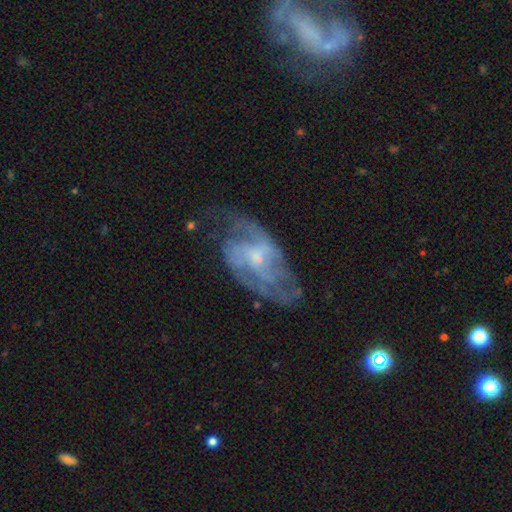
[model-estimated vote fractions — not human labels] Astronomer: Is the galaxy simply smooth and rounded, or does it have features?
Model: featured or disk — 80%.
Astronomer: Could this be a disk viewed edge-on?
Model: no — 95%.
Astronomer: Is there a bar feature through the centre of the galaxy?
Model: no — 50% (runner-up: weak, 41%).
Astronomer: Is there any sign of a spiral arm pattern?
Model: yes — 84%.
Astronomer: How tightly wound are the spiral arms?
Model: medium — 44% (runner-up: tight, 29%).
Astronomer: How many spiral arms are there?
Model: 2 — 40% (runner-up: can't tell, 33%).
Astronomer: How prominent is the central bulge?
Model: small — 55% (runner-up: moderate, 32%).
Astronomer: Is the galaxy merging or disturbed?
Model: none — 54%.